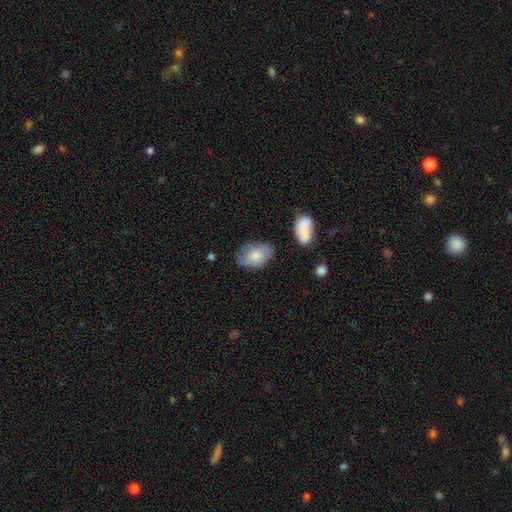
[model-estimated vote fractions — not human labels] Smooth or featured? Predicted: smooth (p=0.73). How rounded? Predicted: in between (p=0.84). Merging? Predicted: none (p=0.63).